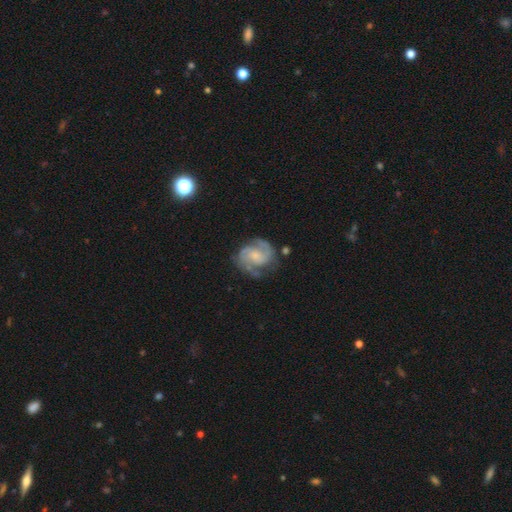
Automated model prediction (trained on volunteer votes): Smooth or featured? Predicted: featured or disk (p=0.84). Edge-on disk? Predicted: no (p=0.98). Bar? Predicted: no (p=0.55). Spiral arms? Predicted: yes (p=0.96). Spiral winding? Predicted: medium (p=0.50). Spiral arm count? Predicted: 2 (p=0.81). Bulge size? Predicted: small (p=0.49). Merging? Predicted: none (p=0.68).